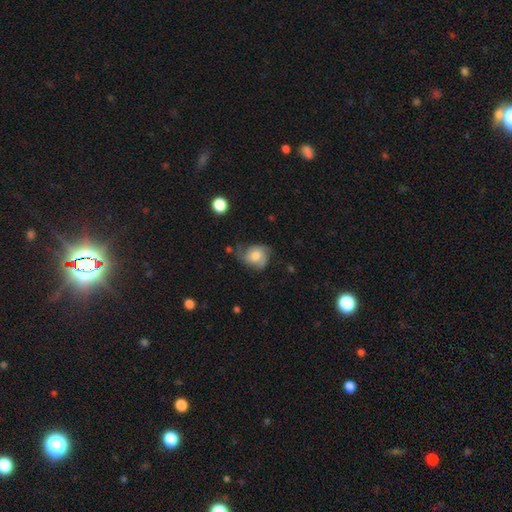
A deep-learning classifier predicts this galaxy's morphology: Overall: smooth (48%; featured or disk 44%). Merging: none (47%; minor disturbance 31%).